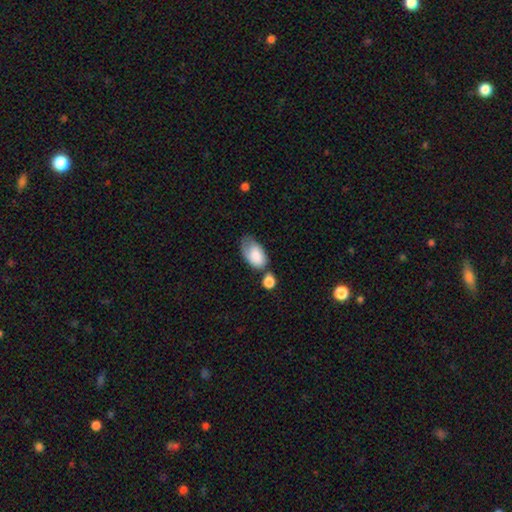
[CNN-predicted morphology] This appears to be a smooth galaxy with no disk features (81%) that is in between round and cigar-shaped (93%). Merging: none (35%).